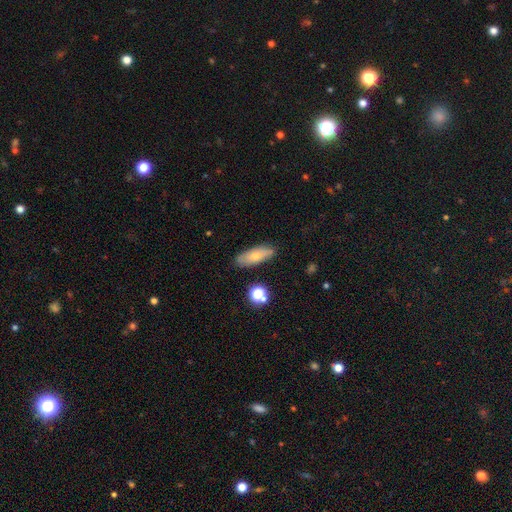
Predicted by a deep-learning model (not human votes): A smooth galaxy with no disk features (63%) that is in between round and cigar-shaped (65%). Merging: none (80%).